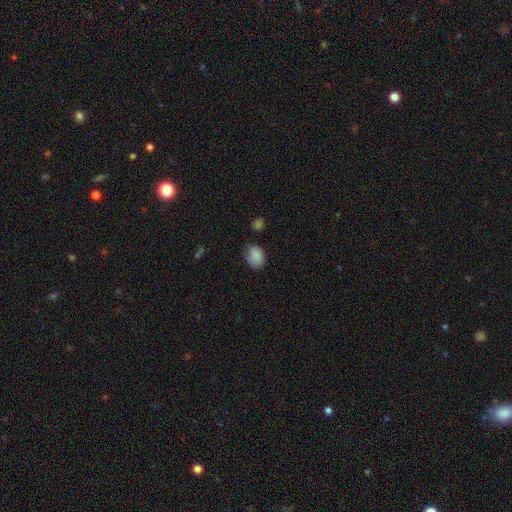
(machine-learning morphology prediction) Smooth or featured? smooth (84%)
How rounded? in between (65%)
Merging? none (59%)